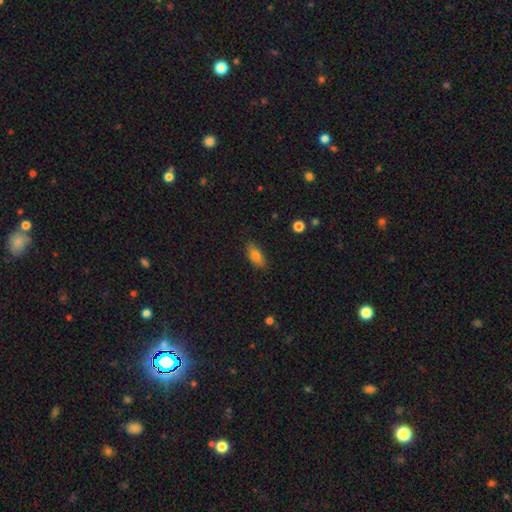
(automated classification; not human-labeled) This is likely a smooth galaxy (80%). How rounded: clearly in between (85%). Merging: clearly none (83%).